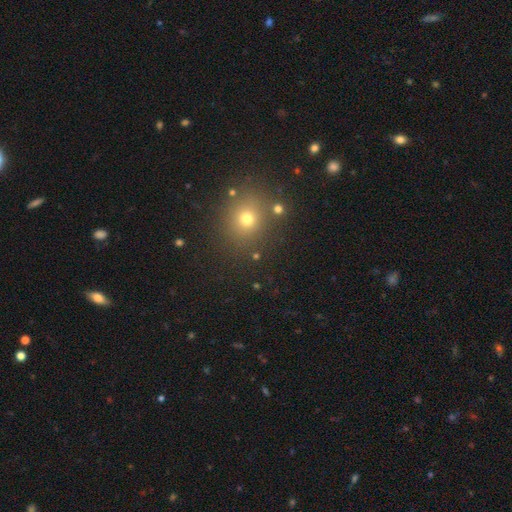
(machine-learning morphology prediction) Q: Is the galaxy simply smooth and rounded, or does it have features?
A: smooth — 63%.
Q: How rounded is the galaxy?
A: round — 82%.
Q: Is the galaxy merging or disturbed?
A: none — 85%.